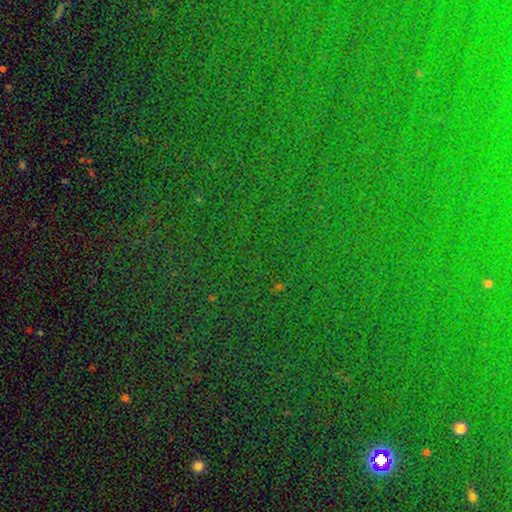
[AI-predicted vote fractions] smooth-or-featured: star or artifact: 82% | smooth: 9% | featured or disk: 8%